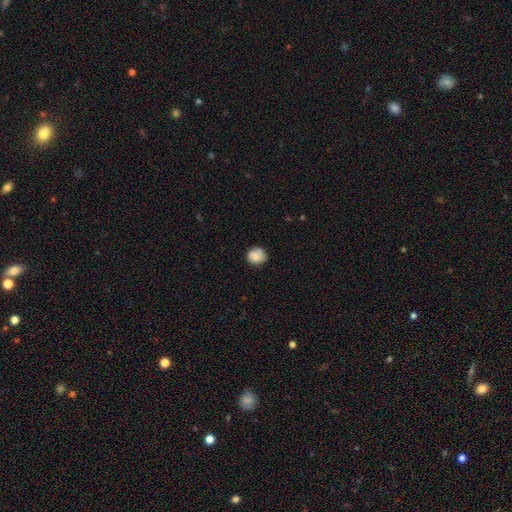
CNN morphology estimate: Overall: smooth (84%). How rounded: round (75%). Merging: none (73%).